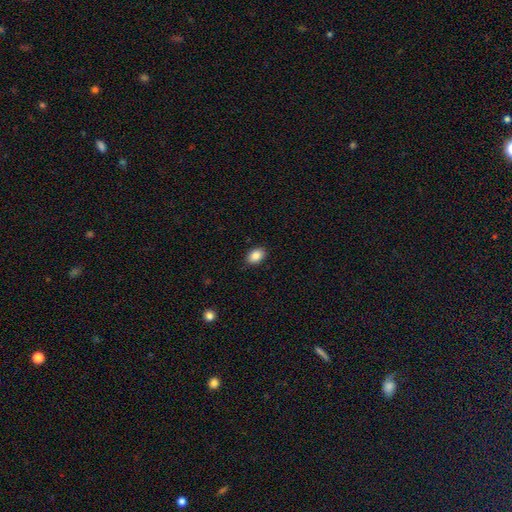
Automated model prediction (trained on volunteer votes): This is clearly a smooth galaxy (87%). How rounded: clearly in between (84%). Merging: clearly none (87%).